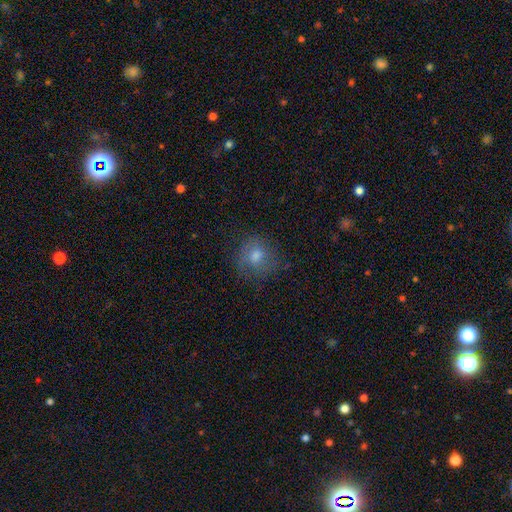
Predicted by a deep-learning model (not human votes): Smooth or featured? Predicted: smooth (p=0.64). How rounded? Predicted: round (p=0.78). Merging? Predicted: none (p=0.68).